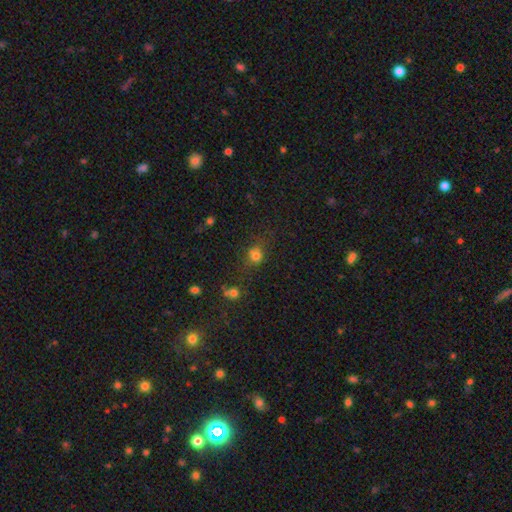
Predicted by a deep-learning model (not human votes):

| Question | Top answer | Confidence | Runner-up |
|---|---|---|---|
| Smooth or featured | smooth | 65% | star or artifact (24%) |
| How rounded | round | 68% | in between (30%) |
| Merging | none | 53% | merger (24%) |